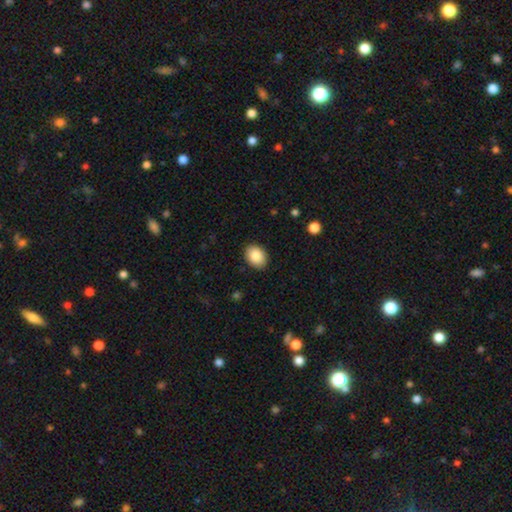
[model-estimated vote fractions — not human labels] Morphology: type=smooth (87%); roundness=in between (72%); merging=none (90%).